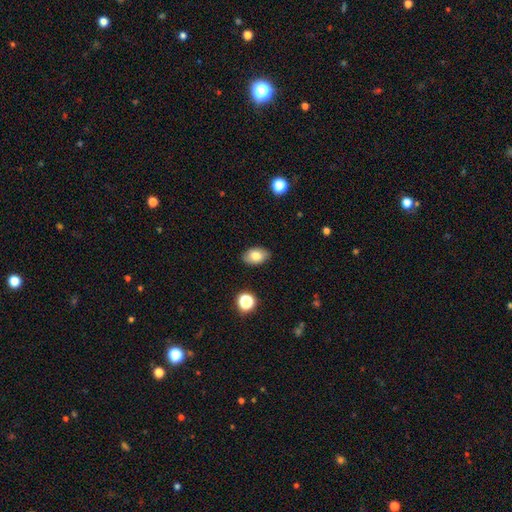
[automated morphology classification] A smooth galaxy with no disk features (79%) that is in between round and cigar-shaped (88%). Merging: none (86%).